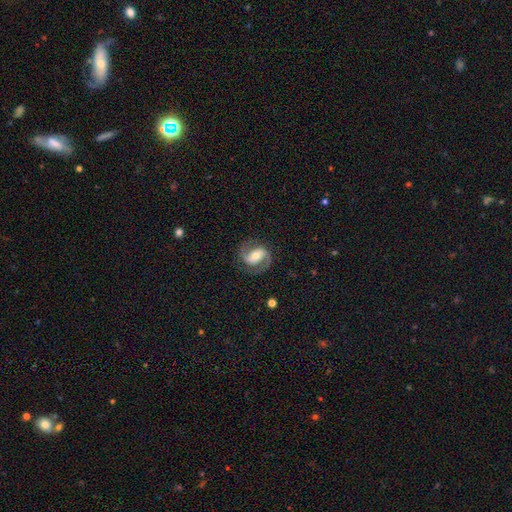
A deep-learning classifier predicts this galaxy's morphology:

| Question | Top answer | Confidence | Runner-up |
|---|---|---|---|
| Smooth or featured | featured or disk | 87% | smooth (8%) |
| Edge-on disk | no | 98% | yes (2%) |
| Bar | weak | 37% | tied: strong (37%) |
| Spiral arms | yes | 96% | no (4%) |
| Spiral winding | medium | 55% | loose (22%) |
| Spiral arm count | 2 | 92% | 1 (3%) |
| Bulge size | moderate | 61% | small (30%) |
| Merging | none | 81% | minor disturbance (12%) |